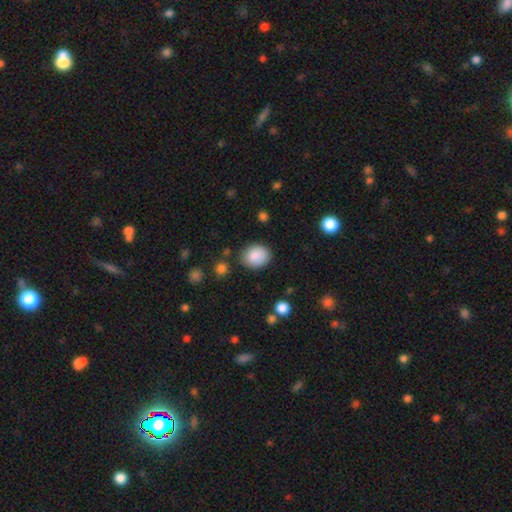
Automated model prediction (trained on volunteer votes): This appears to be a smooth galaxy with no disk features (87%) that is round (54%). Merging: none (80%).